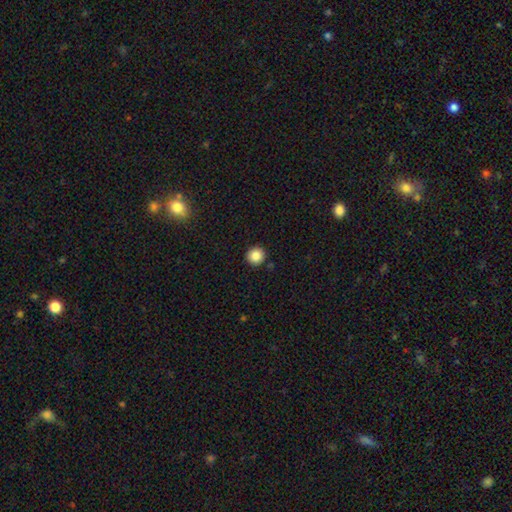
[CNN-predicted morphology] A smooth galaxy with no disk features (86%) that is round (95%). Merging: none (91%).